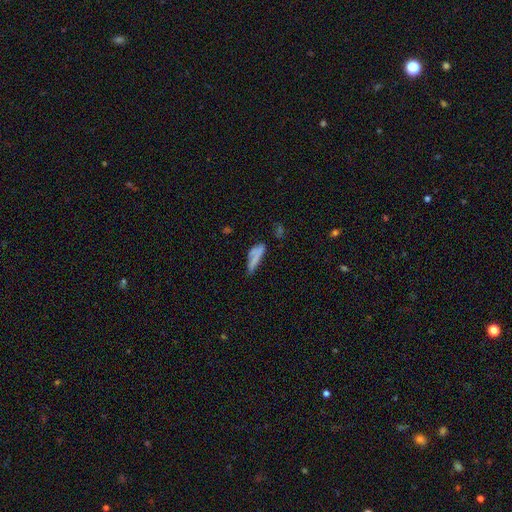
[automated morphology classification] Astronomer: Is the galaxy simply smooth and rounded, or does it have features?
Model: smooth — 70%.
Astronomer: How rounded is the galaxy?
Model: cigar-shaped — 62%.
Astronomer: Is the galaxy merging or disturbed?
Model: none — 43% (runner-up: minor disturbance, 29%).